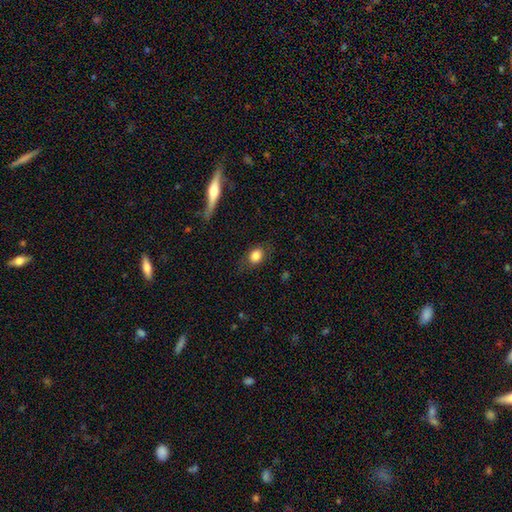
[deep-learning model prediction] Q: Smooth or featured?
A: smooth (82%); runner-up: featured or disk (10%)
Q: How rounded?
A: in between (54%); runner-up: round (44%)
Q: Merging?
A: none (77%); runner-up: minor disturbance (16%)